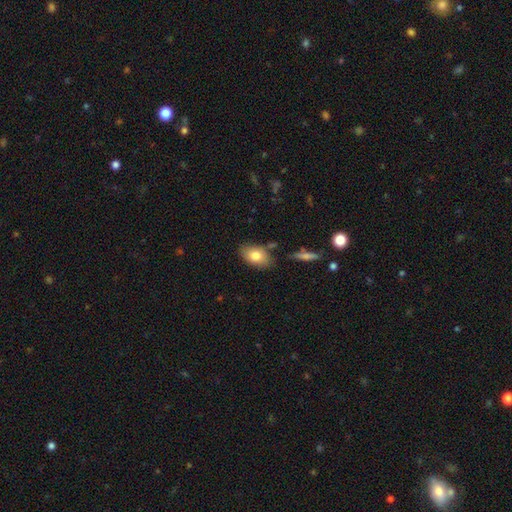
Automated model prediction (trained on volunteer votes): A smooth galaxy with no disk features (79%) that is in between round and cigar-shaped (88%).

Vote fractions:
- Smooth or featured? smooth: 79% / featured or disk: 13% / star or artifact: 7%
- How rounded? in between: 88% / round: 10% / cigar-shaped: 2%
- Merging? none: 77% / minor disturbance: 15% / merger: 5% / major disturbance: 3%